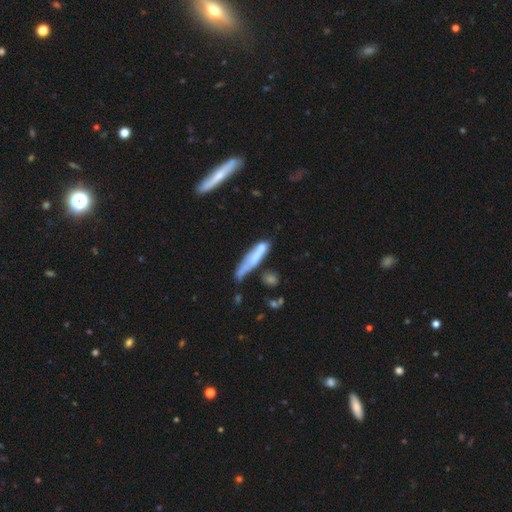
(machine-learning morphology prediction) A smooth galaxy with no disk features (55%) that is cigar-shaped (79%).

Vote fractions:
- Smooth or featured? smooth: 55% / featured or disk: 37% / star or artifact: 8%
- How rounded? cigar-shaped: 79% / in between: 19% / round: 2%
- Merging? none: 38% / minor disturbance: 28% / merger: 19% / major disturbance: 15%